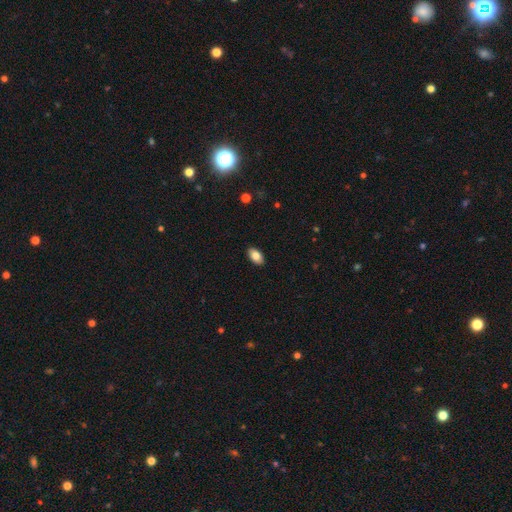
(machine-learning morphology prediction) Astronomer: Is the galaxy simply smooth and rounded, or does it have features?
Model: smooth — 84%.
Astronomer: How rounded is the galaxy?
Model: in between — 93%.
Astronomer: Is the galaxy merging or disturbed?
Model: none — 90%.